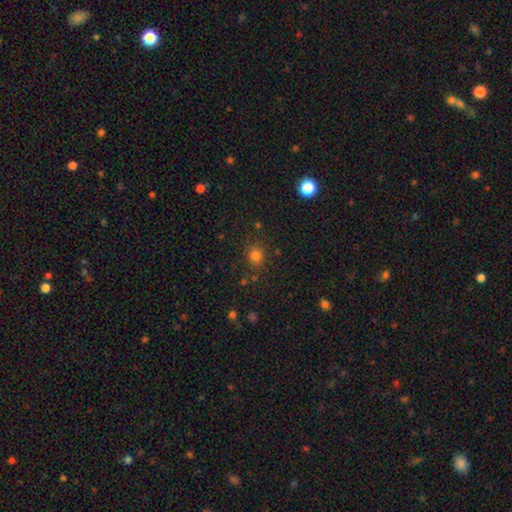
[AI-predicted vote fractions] This appears to be a smooth galaxy with no disk features (79%) that is round (81%). Merging: none (82%).